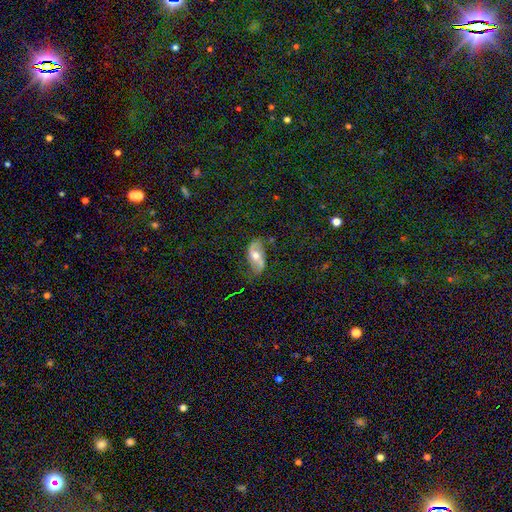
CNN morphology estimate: smooth_or_featured: featured or disk (p=0.71) [alt: smooth p=0.22]
disk_edge_on: no (p=0.94) [alt: yes p=0.06]
bar: no (p=0.46) [alt: weak p=0.35]
has_spiral_arms: yes (p=0.88) [alt: no p=0.12]
spiral_winding: loose (p=0.77) [alt: medium p=0.17]
spiral_arm_count: 2 (p=0.91) [alt: can't tell p=0.04]
bulge_size: moderate (p=0.70) [alt: small p=0.23]
merging: none (p=0.69) [alt: minor disturbance p=0.21]